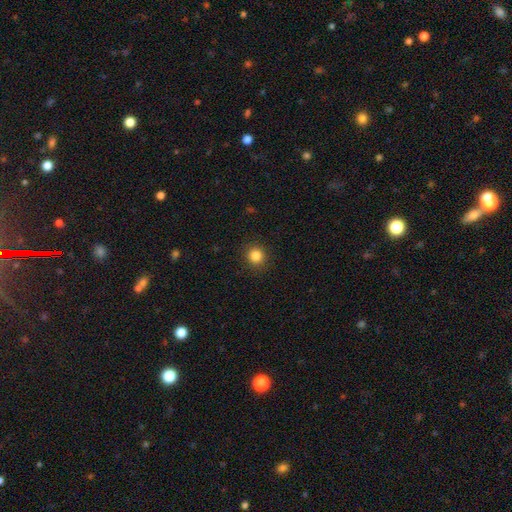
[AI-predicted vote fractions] This is clearly a smooth galaxy (84%). How rounded: clearly round (92%). Merging: clearly none (90%).